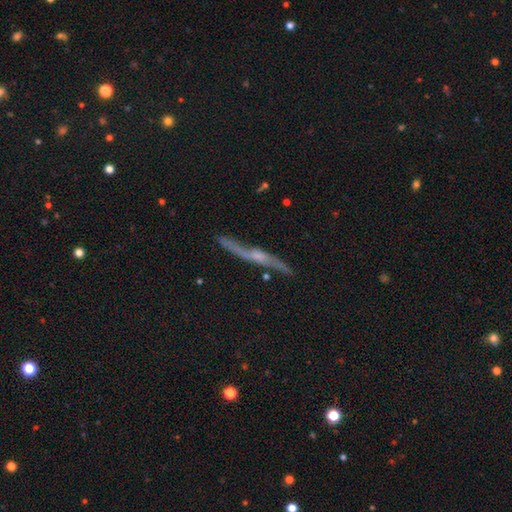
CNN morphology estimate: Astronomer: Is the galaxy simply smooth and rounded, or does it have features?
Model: featured or disk — 81%.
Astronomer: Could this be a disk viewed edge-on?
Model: yes — 78%.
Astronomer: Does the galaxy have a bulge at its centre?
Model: rounded — 68%.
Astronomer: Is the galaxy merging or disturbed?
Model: none — 76%.